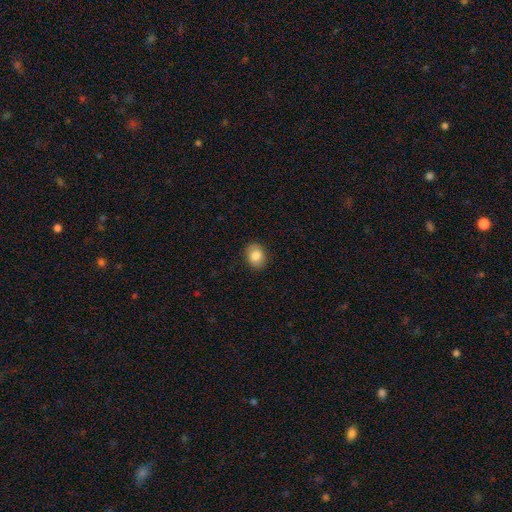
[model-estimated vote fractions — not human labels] A smooth galaxy with no disk features (83%) that is in between round and cigar-shaped (53%). Merging: none (88%).